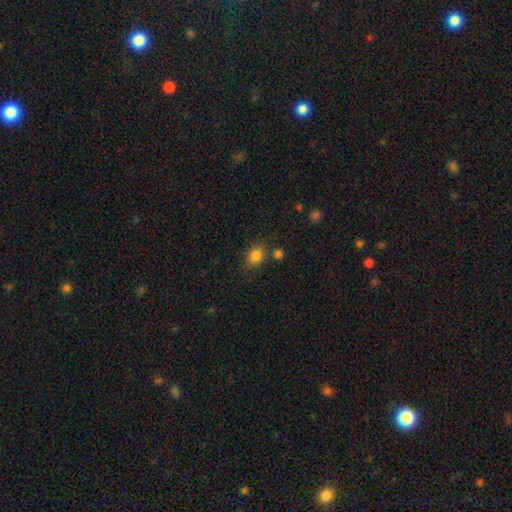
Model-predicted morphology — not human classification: Smooth or featured? smooth (84%)
How rounded? round (52%)
Merging? none (71%)